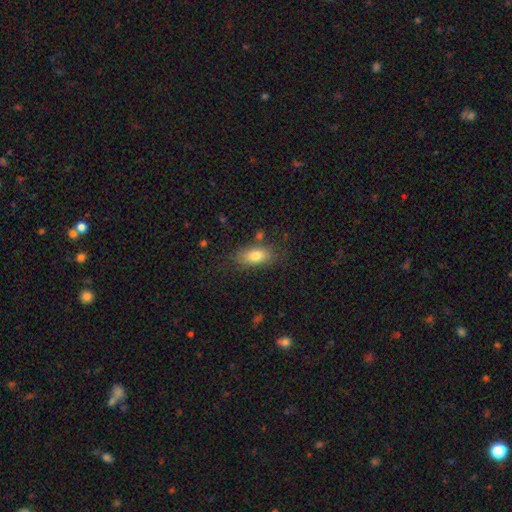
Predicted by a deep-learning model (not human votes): Overall: smooth (79%). How rounded: in between (85%). Merging: none (75%).